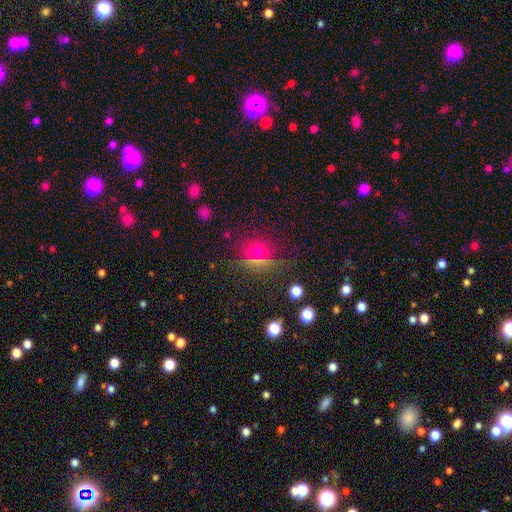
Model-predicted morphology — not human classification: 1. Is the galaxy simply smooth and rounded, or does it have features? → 58% smooth, 32% star or artifact, 10% featured or disk.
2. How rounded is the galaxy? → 83% round, 14% in between, 3% cigar-shaped.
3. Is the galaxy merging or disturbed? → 80% none, 10% minor disturbance, 6% merger, 4% major disturbance.